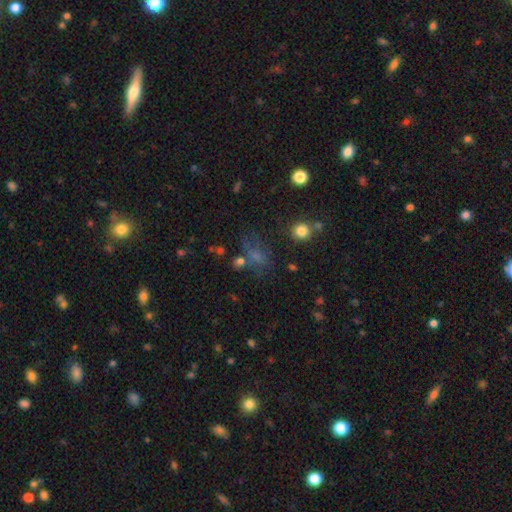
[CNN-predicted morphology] Smooth or featured?
  - smooth: 49% *
  - star or artifact: 31%
  - featured or disk: 19%
Merging?
  - none: 49% *
  - major disturbance: 20%
  - minor disturbance: 20%
  - merger: 11%